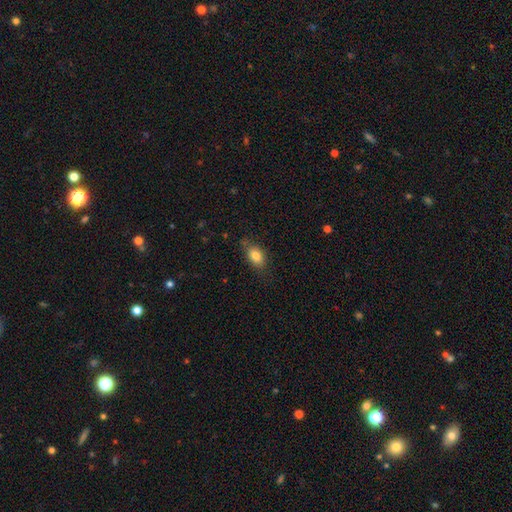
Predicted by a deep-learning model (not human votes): A smooth galaxy with no disk features (81%) that is in between round and cigar-shaped (83%).

Vote fractions:
- Smooth or featured? smooth: 81% / featured or disk: 10% / star or artifact: 9%
- How rounded? in between: 83% / round: 13% / cigar-shaped: 4%
- Merging? none: 76% / minor disturbance: 19% / major disturbance: 4% / merger: 2%